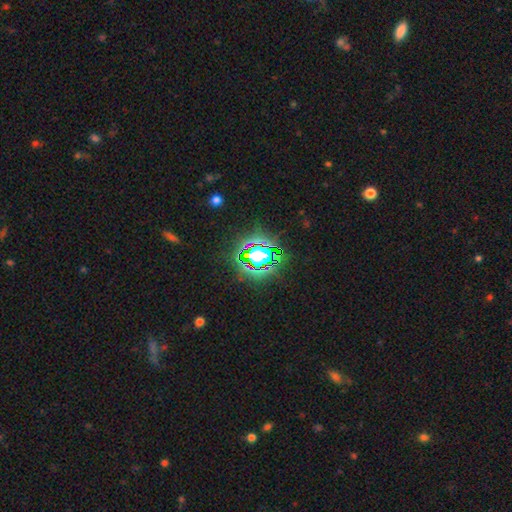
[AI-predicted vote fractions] The model was most divided on "smooth or featured": star or artifact: 75%, smooth: 15%, featured or disk: 9%.